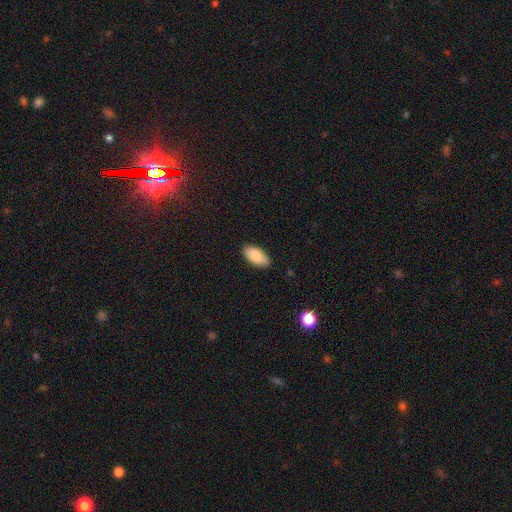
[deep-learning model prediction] A smooth galaxy with no disk features (87%) that is in between round and cigar-shaped (94%). Merging: none (87%).